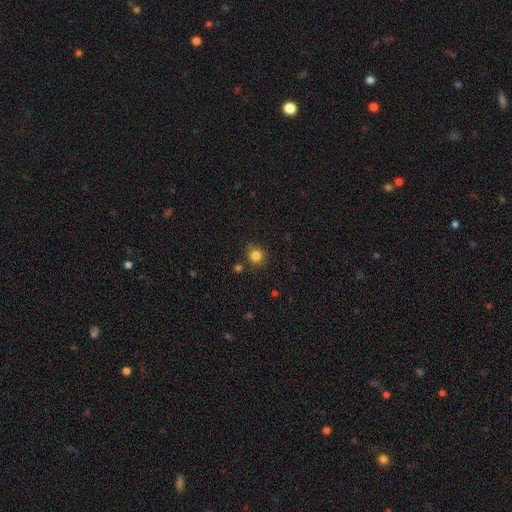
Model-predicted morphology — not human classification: A smooth galaxy with no disk features (83%) that is round (89%).

Vote fractions:
- Smooth or featured? smooth: 83% / star or artifact: 12% / featured or disk: 5%
- How rounded? round: 89% / in between: 10% / cigar-shaped: 1%
- Merging? none: 83% / minor disturbance: 10% / merger: 4% / major disturbance: 3%